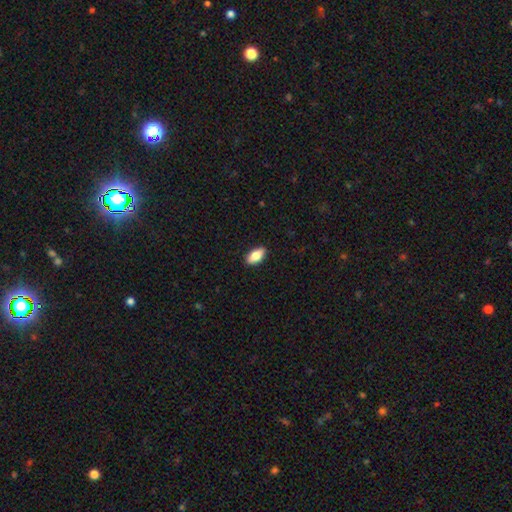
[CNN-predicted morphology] type=smooth (80%); roundness=in between (88%); merging=none (89%).